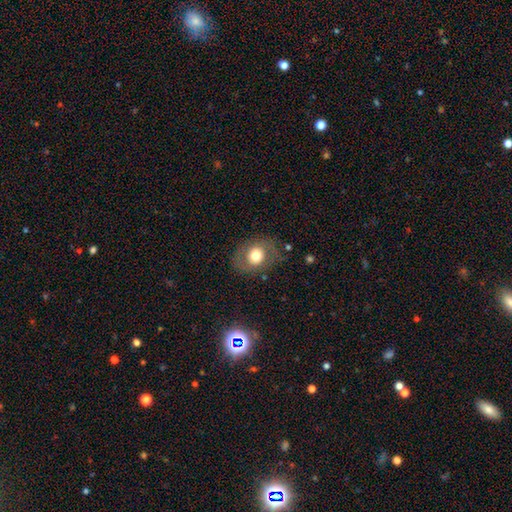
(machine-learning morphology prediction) Smooth or featured? Predicted: smooth (p=0.62). How rounded? Predicted: in between (p=0.51). Merging? Predicted: none (p=0.76).